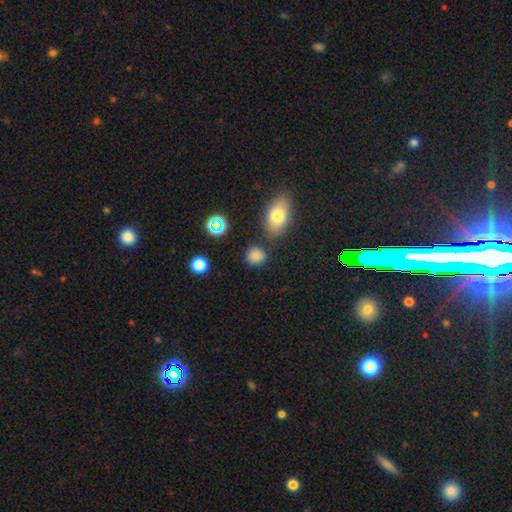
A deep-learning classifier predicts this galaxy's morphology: Smooth or featured?
  - smooth: 81% *
  - star or artifact: 14%
  - featured or disk: 5%
How rounded?
  - round: 75% *
  - in between: 23%
  - cigar-shaped: 2%
Merging?
  - none: 76% *
  - minor disturbance: 13%
  - merger: 7%
  - major disturbance: 4%